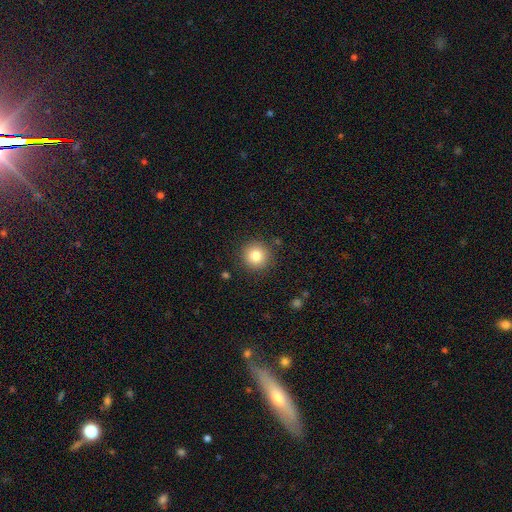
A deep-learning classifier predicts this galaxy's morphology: A smooth galaxy with no disk features (82%) that is round (94%).

Vote fractions:
- Smooth or featured? smooth: 82% / star or artifact: 11% / featured or disk: 7%
- How rounded? round: 94% / in between: 5% / cigar-shaped: 1%
- Merging? none: 89% / minor disturbance: 7% / major disturbance: 3% / merger: 2%